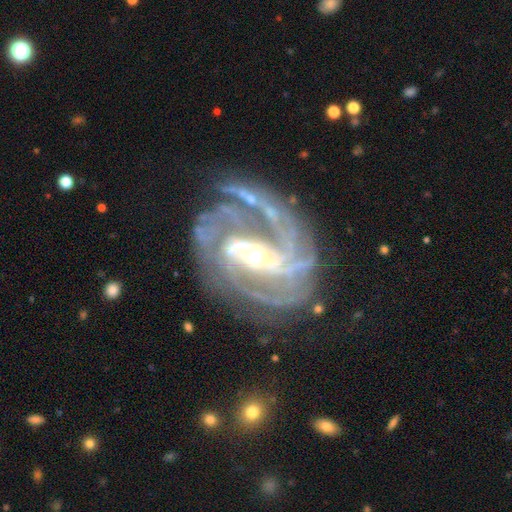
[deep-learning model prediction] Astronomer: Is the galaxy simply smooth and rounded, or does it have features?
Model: featured or disk — 91%.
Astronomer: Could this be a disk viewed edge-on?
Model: no — 97%.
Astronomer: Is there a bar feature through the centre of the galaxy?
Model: strong — 38% (runner-up: weak, 36%).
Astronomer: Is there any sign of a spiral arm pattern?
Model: yes — 97%.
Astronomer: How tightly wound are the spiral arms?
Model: tight — 45% (runner-up: medium, 43%).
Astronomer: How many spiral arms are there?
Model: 3 — 28% (runner-up: 2, 24%).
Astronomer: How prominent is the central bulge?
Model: moderate — 64%.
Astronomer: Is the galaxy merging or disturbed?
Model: none — 64%.